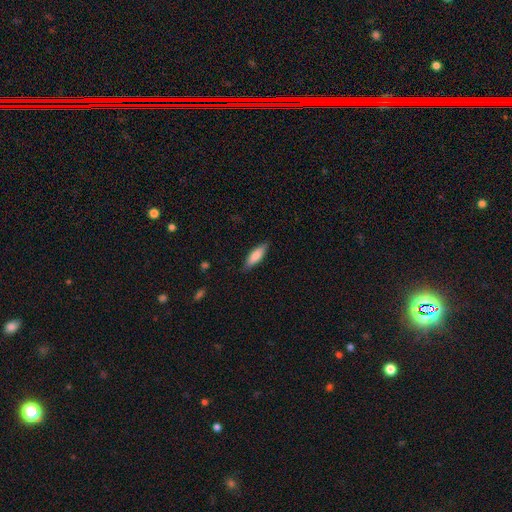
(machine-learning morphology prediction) Smooth or featured? smooth (81%)
How rounded? cigar-shaped (53%)
Merging? none (86%)